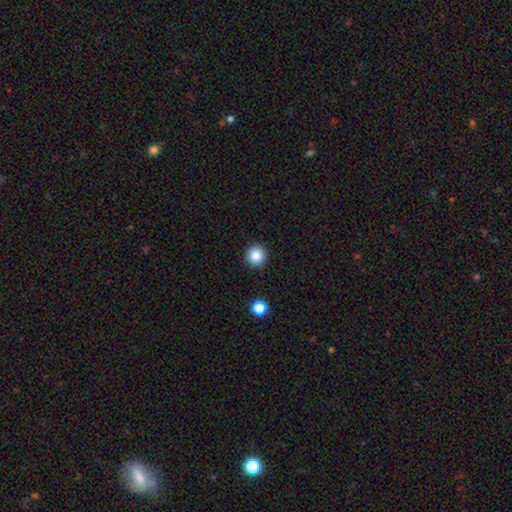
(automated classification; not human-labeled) Q: Smooth or featured?
A: smooth (85%); runner-up: star or artifact (10%)
Q: How rounded?
A: round (95%); runner-up: in between (4%)
Q: Merging?
A: none (92%); runner-up: minor disturbance (5%)